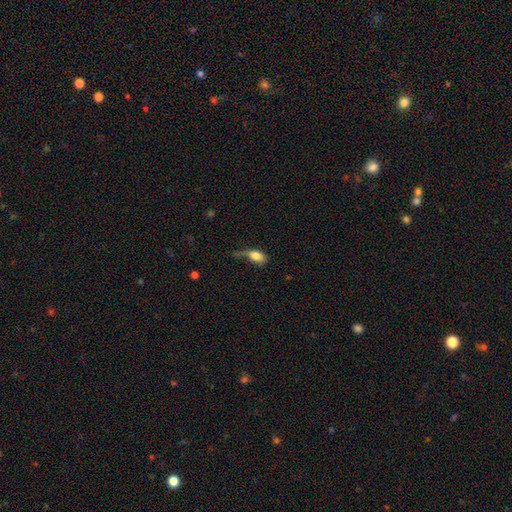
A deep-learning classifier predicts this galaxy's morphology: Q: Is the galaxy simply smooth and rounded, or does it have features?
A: smooth — 78%.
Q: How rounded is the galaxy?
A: in between — 84%.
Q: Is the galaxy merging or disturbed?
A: major disturbance — 38%.